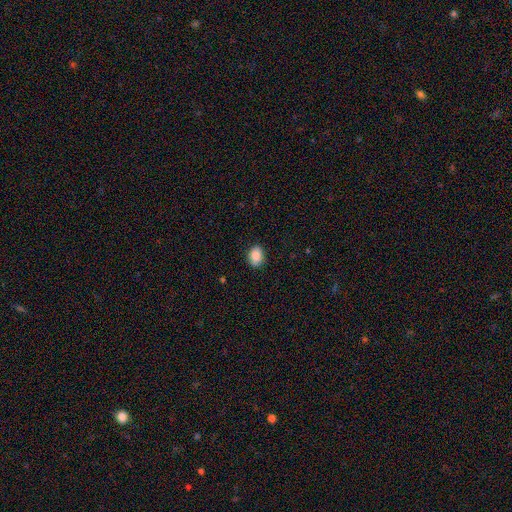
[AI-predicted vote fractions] This is clearly a smooth galaxy (89%). How rounded: likely in between (79%). Merging: clearly none (87%).